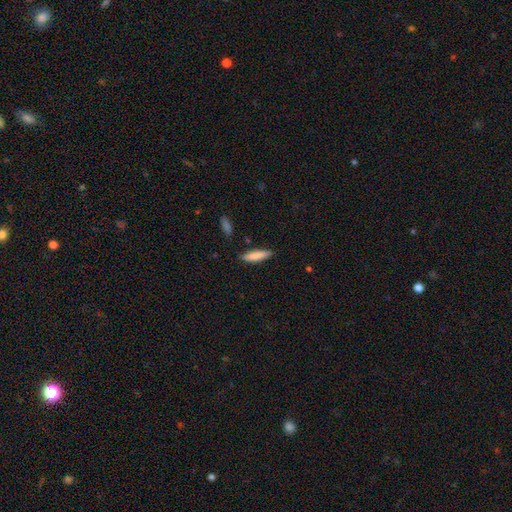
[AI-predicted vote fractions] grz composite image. It shows a smooth galaxy with no disk features (82%) that is cigar-shaped (76%). Merging: none (82%).